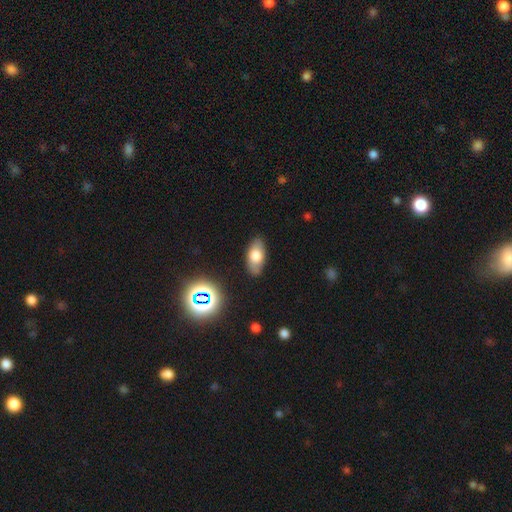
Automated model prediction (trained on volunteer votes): Smooth or featured?
  - smooth: 70% *
  - featured or disk: 20%
  - star or artifact: 10%
How rounded?
  - in between: 91% *
  - cigar-shaped: 4%
  - round: 4%
Merging?
  - none: 82% *
  - minor disturbance: 13%
  - major disturbance: 3%
  - merger: 1%